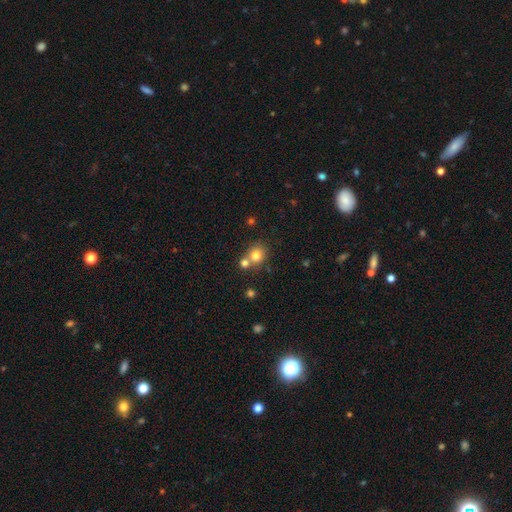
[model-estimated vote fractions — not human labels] Q: Smooth or featured?
A: smooth (78%); runner-up: star or artifact (13%)
Q: How rounded?
A: round (79%); runner-up: in between (20%)
Q: Merging?
A: none (56%); runner-up: merger (33%)